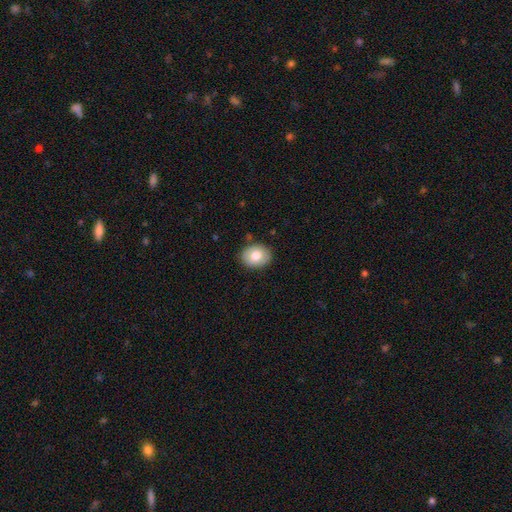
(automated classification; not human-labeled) This appears to be a smooth galaxy with no disk features (77%) that is in between round and cigar-shaped (55%). Merging: none (87%).